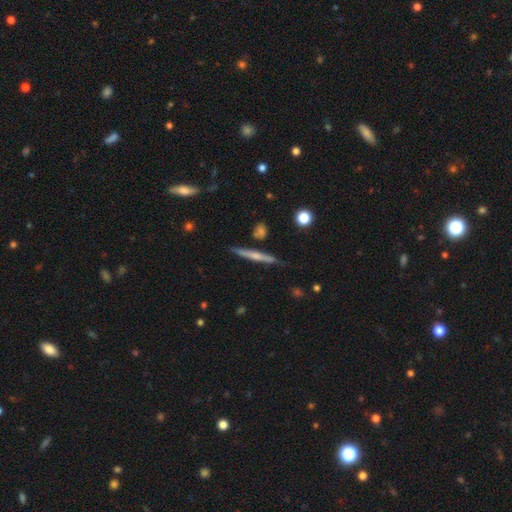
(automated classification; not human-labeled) A featured or disk galaxy (56%) viewed edge-on (96%) with a rounded central bulge (49%). Merging: none (83%).